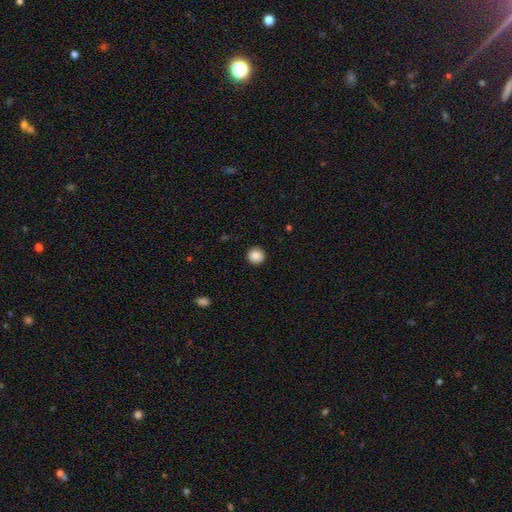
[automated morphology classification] The model was most divided on "smooth or featured": smooth: 88%, star or artifact: 9%, featured or disk: 3%. More confident: how rounded — round (92%); merging — none (92%).